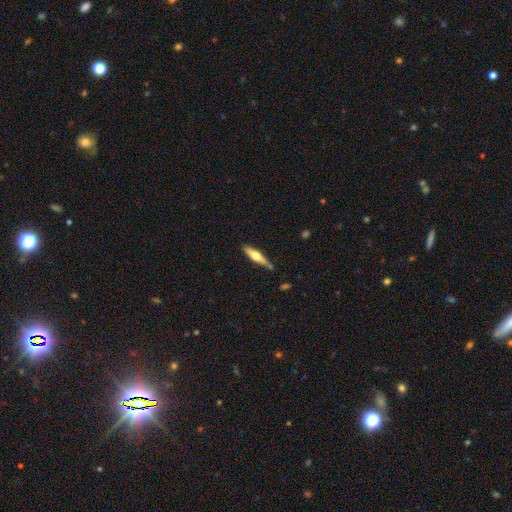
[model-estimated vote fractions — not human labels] featured or disk 56%, smooth 38%, star or artifact 5%. Down the decision tree: edge-on disk — yes (95%); edge-on bulge — rounded (91%); merging — none (79%).